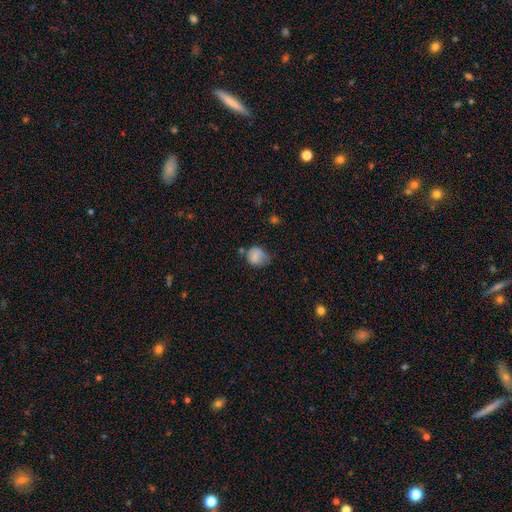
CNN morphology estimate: This appears to be a smooth galaxy with no disk features (77%) that is round (62%). Merging: none (41%).